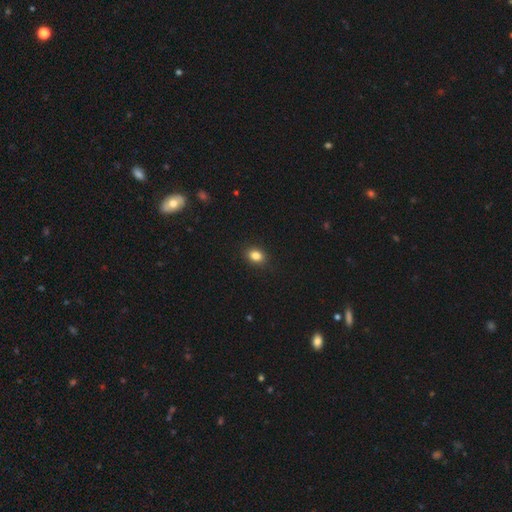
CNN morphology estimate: Smooth or featured? smooth (84%)
How rounded? in between (64%)
Merging? none (89%)